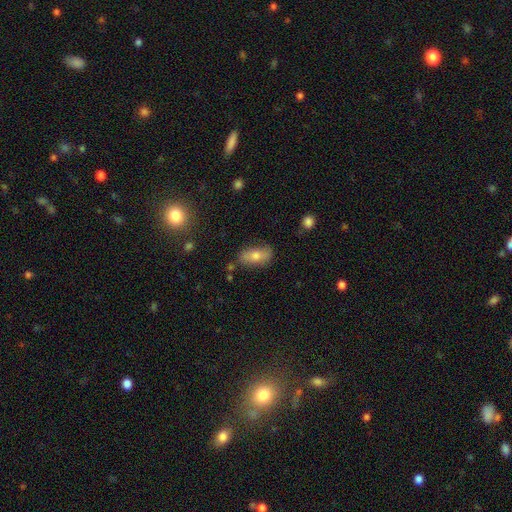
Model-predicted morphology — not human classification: The model was most divided on "smooth or featured": smooth: 65%, featured or disk: 25%, star or artifact: 10%. More confident: how rounded — in between (84%); merging — none (76%).